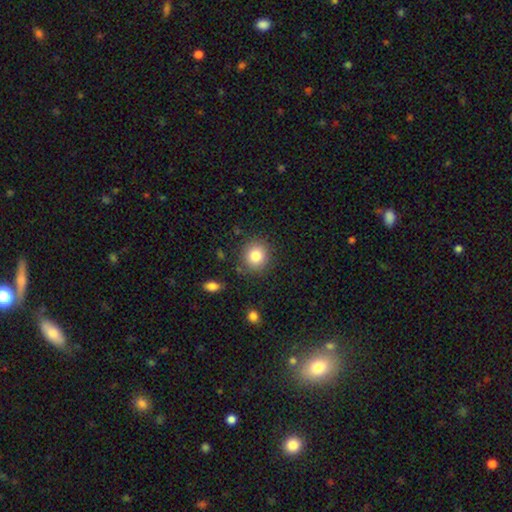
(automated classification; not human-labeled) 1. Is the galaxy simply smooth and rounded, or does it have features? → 82% smooth, 10% star or artifact, 8% featured or disk.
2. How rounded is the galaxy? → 88% round, 11% in between, 1% cigar-shaped.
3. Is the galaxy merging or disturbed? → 86% none, 9% minor disturbance, 3% major disturbance, 2% merger.